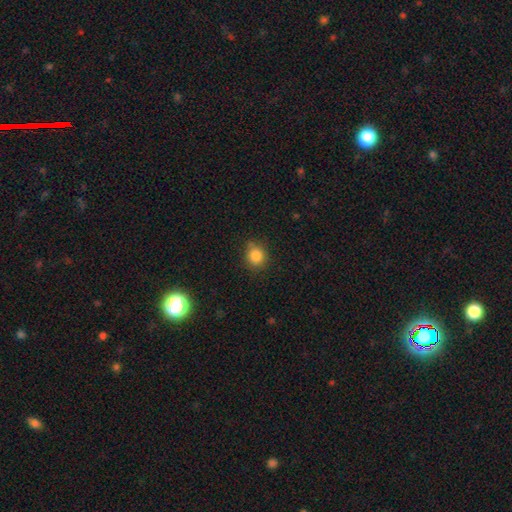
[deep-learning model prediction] Smooth or featured: smooth — 84% (star or artifact — 11%)
How rounded: round — 80% (in between — 19%)
Merging: none — 79% (minor disturbance — 16%)